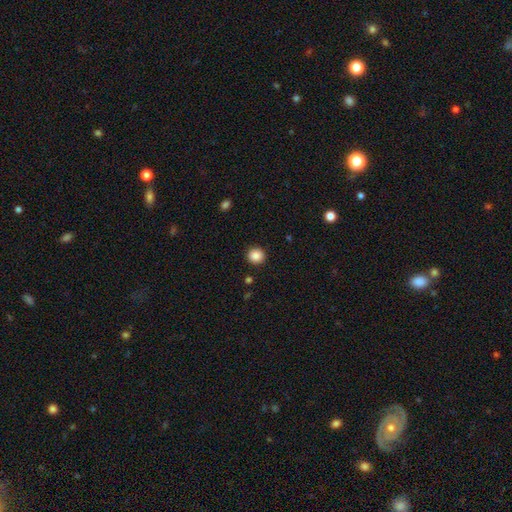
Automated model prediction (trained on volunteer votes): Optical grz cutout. It shows a smooth galaxy with no disk features (87%) that is round (92%). Merging: none (92%).